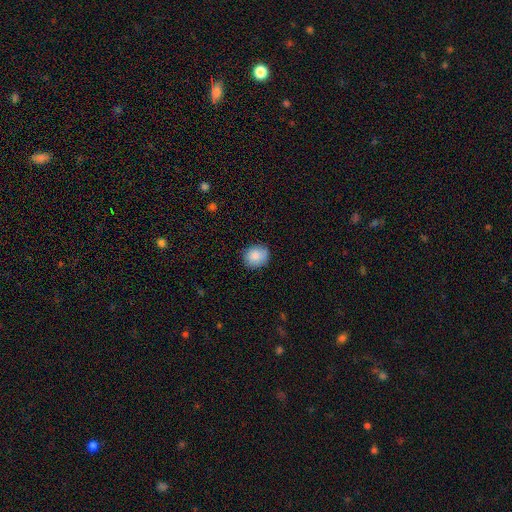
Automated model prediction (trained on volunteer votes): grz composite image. It shows a smooth galaxy with no disk features (87%) that is round (68%). Merging: none (82%).